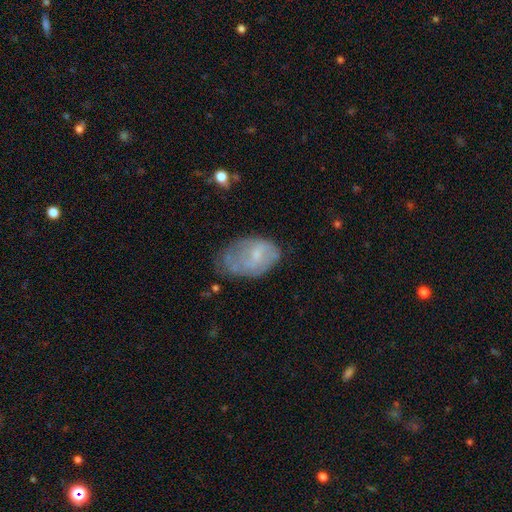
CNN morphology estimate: smooth_or_featured: smooth (p=0.47) [alt: featured or disk p=0.44]
merging: none (p=0.40) [alt: minor disturbance p=0.36]